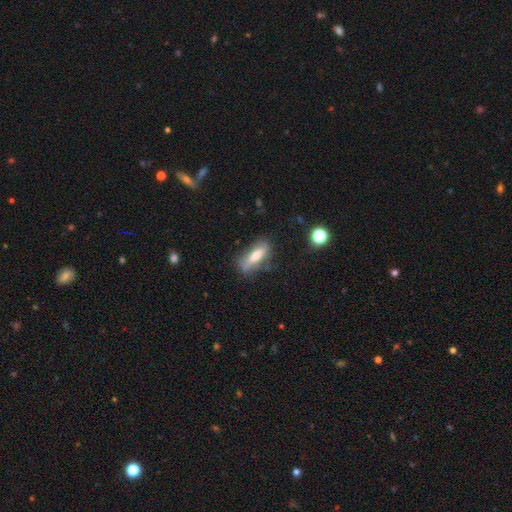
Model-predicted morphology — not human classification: Smooth or featured? Predicted: smooth (p=0.66). How rounded? Predicted: in between (p=0.57). Merging? Predicted: none (p=0.64).